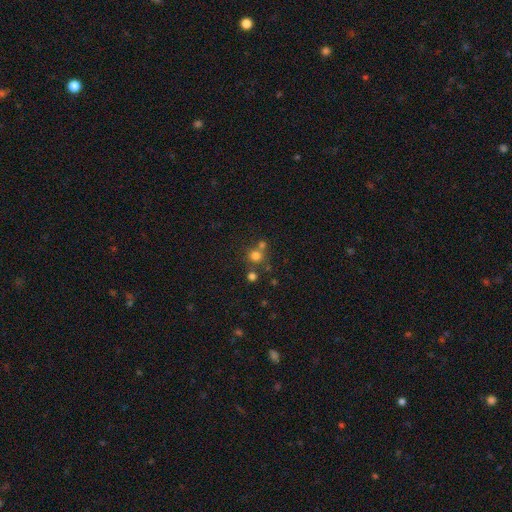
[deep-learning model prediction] Smooth or featured? Predicted: smooth (p=0.73). How rounded? Predicted: round (p=0.89). Merging? Predicted: none (p=0.60).